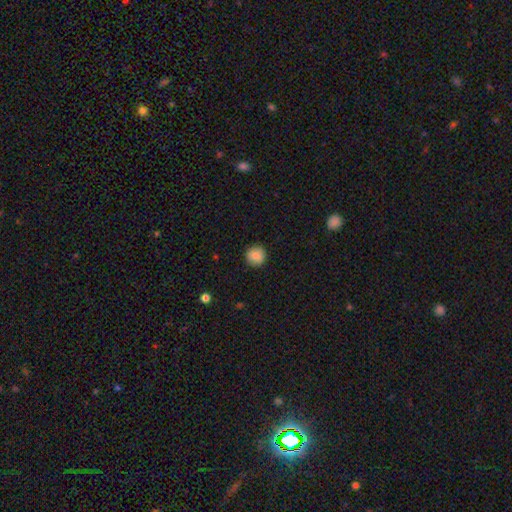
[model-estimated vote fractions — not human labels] This appears to be a smooth galaxy with no disk features (86%) that is round (94%). Merging: none (90%).